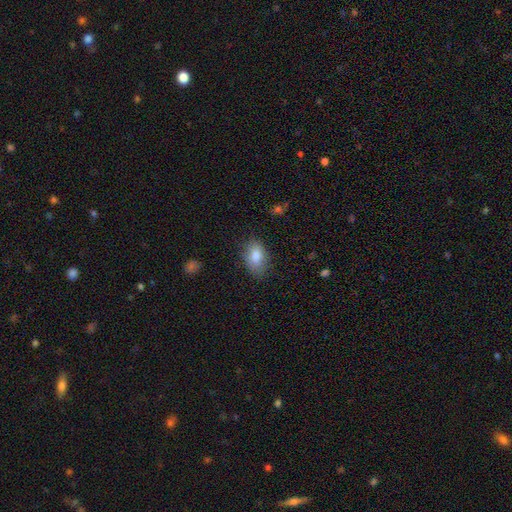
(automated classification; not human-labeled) The model was most divided on "merging": none: 75%, minor disturbance: 20%, major disturbance: 4%, merger: 1%. More confident: how rounded — in between (87%); smooth or featured — smooth (84%).